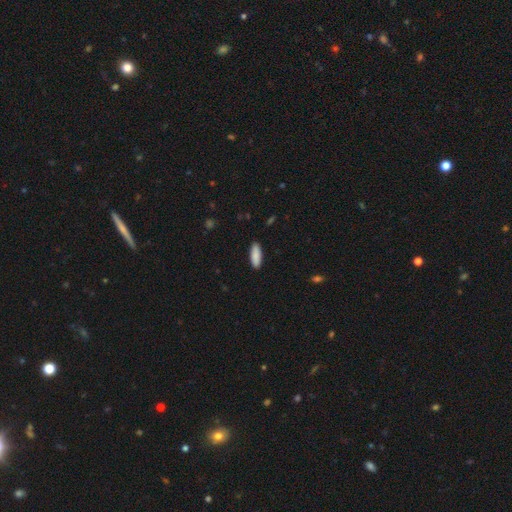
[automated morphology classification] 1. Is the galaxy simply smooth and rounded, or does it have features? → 88% smooth, 6% featured or disk, 6% star or artifact.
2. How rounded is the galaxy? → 62% in between, 37% cigar-shaped, 2% round.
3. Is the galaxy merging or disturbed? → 90% none, 8% minor disturbance, 2% major disturbance, 1% merger.